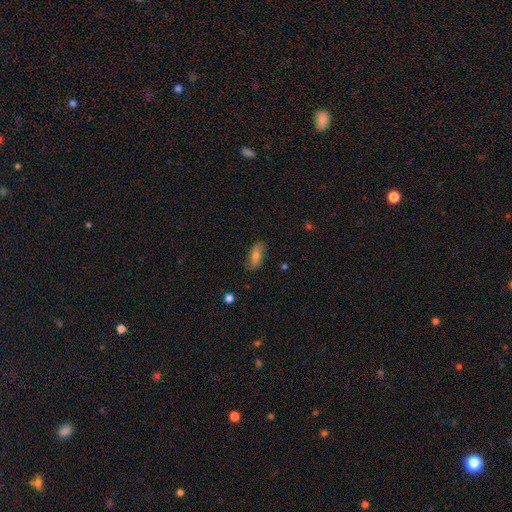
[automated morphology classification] type=smooth (70%); roundness=in between (78%); merging=none (81%).